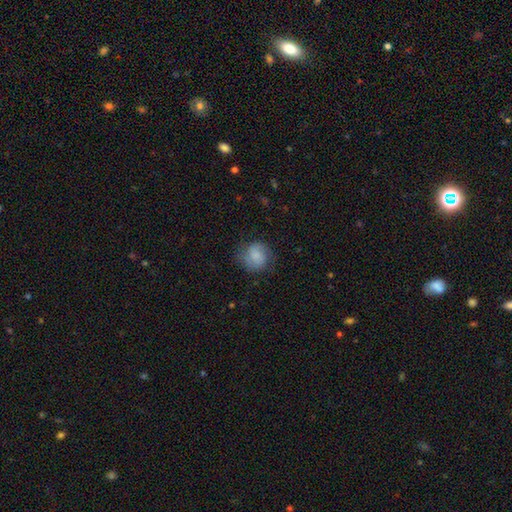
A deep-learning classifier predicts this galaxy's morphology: Q: Smooth or featured?
A: smooth (66%); runner-up: featured or disk (26%)
Q: How rounded?
A: round (81%); runner-up: in between (18%)
Q: Merging?
A: none (69%); runner-up: minor disturbance (21%)